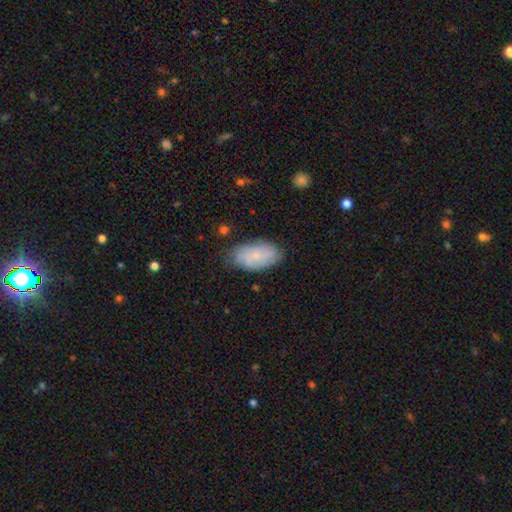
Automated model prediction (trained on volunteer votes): Overall: smooth (60%; featured or disk 32%). How rounded: in between (93%). Merging: none (73%).